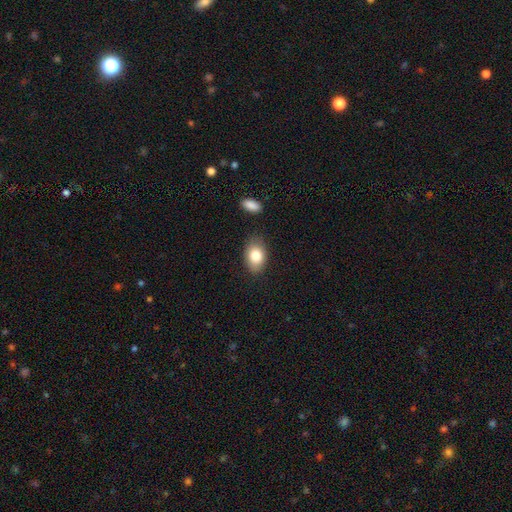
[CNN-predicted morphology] A smooth galaxy with no disk features (82%) that is in between round and cigar-shaped (85%). Merging: none (80%).